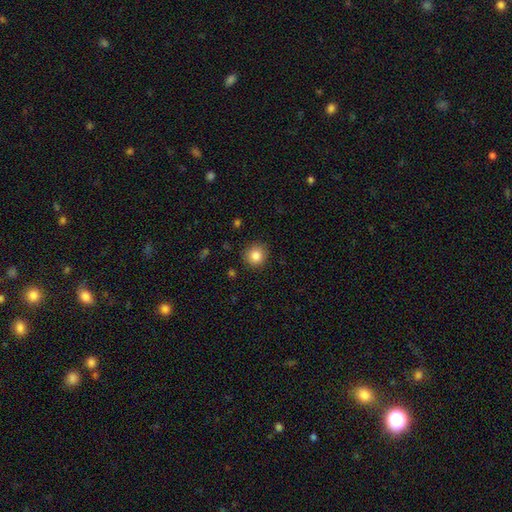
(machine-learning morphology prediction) Q: Smooth or featured?
A: smooth (85%); runner-up: star or artifact (10%)
Q: How rounded?
A: round (91%); runner-up: in between (8%)
Q: Merging?
A: none (88%); runner-up: minor disturbance (9%)